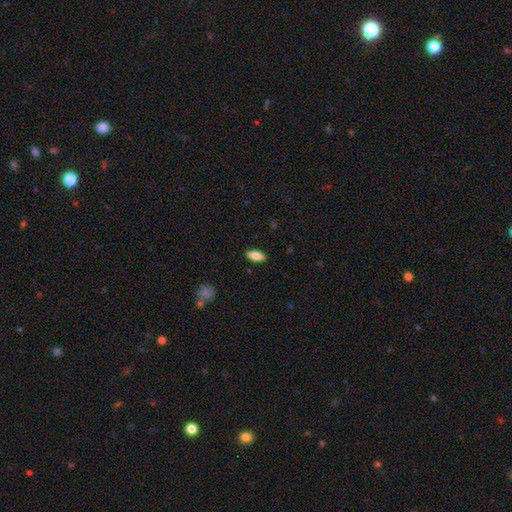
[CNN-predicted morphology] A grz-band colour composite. It shows a smooth galaxy with no disk features (75%) that is in between round and cigar-shaped (80%). Merging: none (88%).